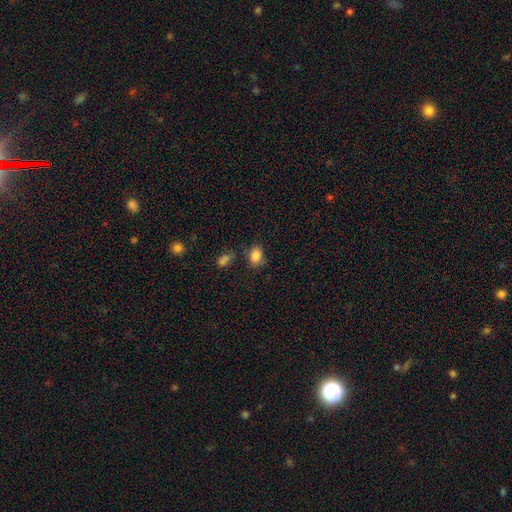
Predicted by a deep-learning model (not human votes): A smooth galaxy with no disk features (85%) that is in between round and cigar-shaped (69%). Merging: none (72%).